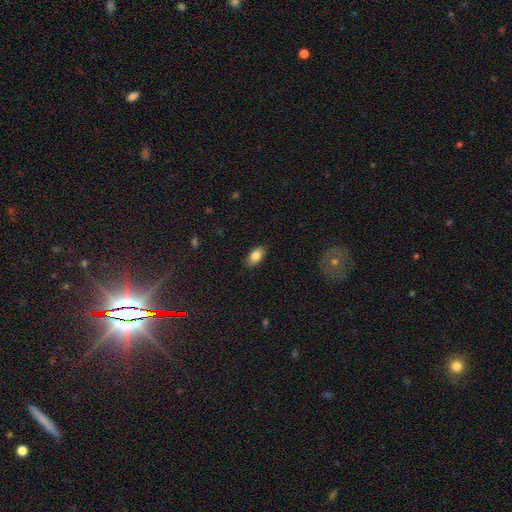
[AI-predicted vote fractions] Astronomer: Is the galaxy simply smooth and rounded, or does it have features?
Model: smooth — 83%.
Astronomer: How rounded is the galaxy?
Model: in between — 91%.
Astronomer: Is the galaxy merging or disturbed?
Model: none — 86%.